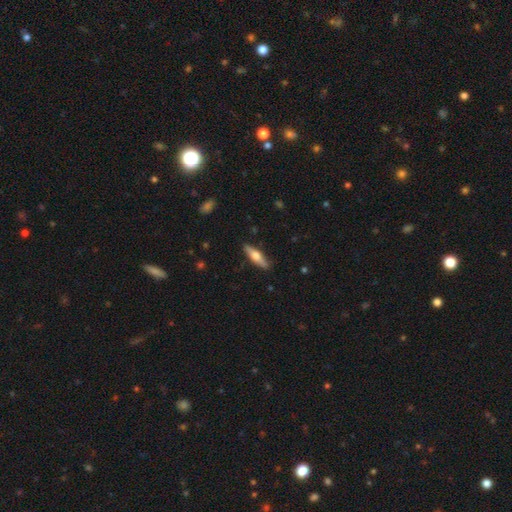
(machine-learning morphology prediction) Smooth or featured: smooth — 48% (featured or disk — 47%)
Merging: none — 88% (minor disturbance — 9%)